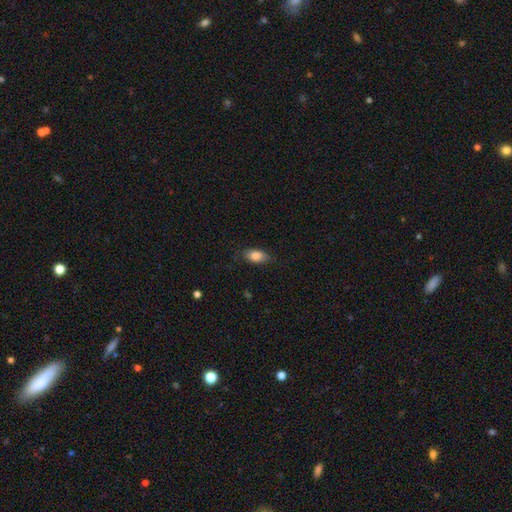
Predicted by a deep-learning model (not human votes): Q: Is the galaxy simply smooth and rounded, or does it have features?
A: smooth — 85%.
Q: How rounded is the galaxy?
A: in between — 89%.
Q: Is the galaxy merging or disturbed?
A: none — 80%.